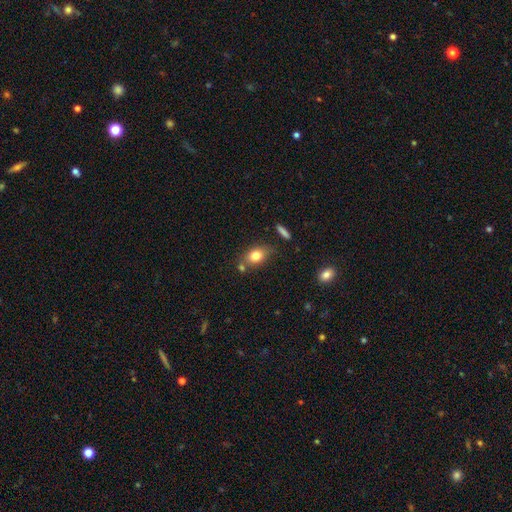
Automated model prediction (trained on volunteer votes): Smooth or featured?
  - smooth: 79% *
  - featured or disk: 12%
  - star or artifact: 10%
How rounded?
  - in between: 69% *
  - round: 28%
  - cigar-shaped: 3%
Merging?
  - none: 66% *
  - minor disturbance: 16%
  - merger: 13%
  - major disturbance: 4%